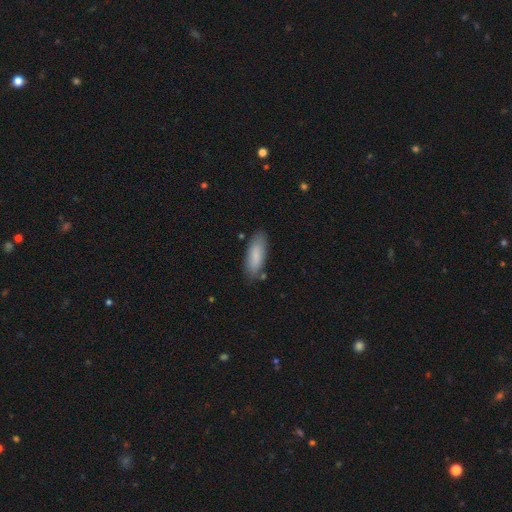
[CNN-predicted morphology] A smooth galaxy with no disk features (85%) that is in between round and cigar-shaped (69%).

Vote fractions:
- Smooth or featured? smooth: 85% / featured or disk: 10% / star or artifact: 6%
- How rounded? in between: 69% / cigar-shaped: 30% / round: 2%
- Merging? none: 80% / minor disturbance: 14% / major disturbance: 3% / merger: 3%